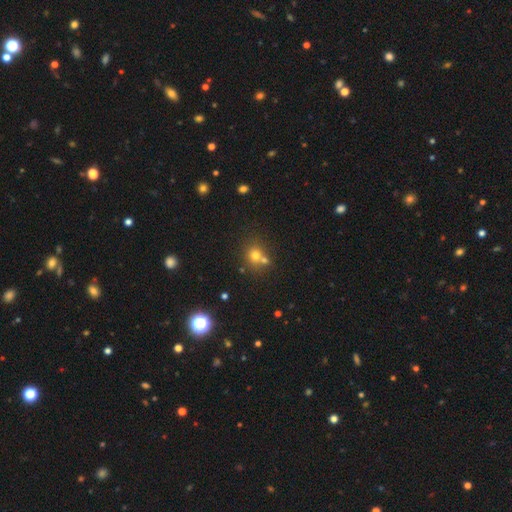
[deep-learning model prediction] smooth 70%, star or artifact 18%, featured or disk 12%. Down the decision tree: how rounded — round (81%); merging — none (53%).